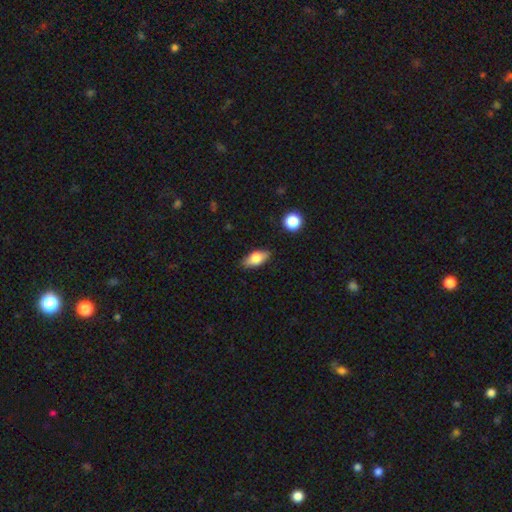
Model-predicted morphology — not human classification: This is likely a smooth galaxy (75%). How rounded: clearly in between (84%). Merging: clearly none (83%).